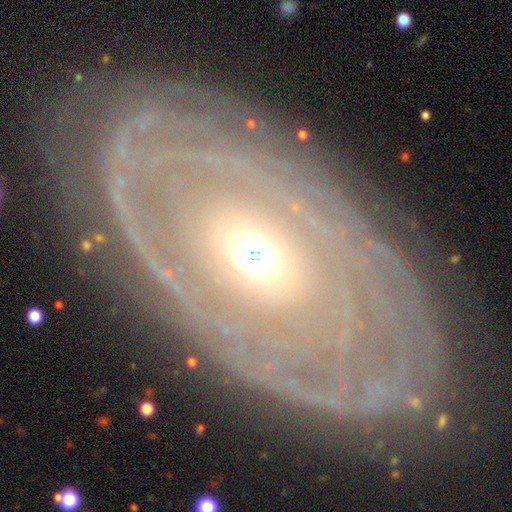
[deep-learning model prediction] Smooth or featured: featured or disk — 82% (smooth — 11%)
Edge-on disk: no — 93% (yes — 7%)
Bar: no — 69% (weak — 19%)
Spiral arms: yes — 75% (no — 25%)
Spiral winding: tight — 67% (medium — 21%)
Spiral arm count: can't tell — 37% (2 — 25%)
Bulge size: moderate — 49% (small — 38%)
Merging: none — 71% (minor disturbance — 15%)